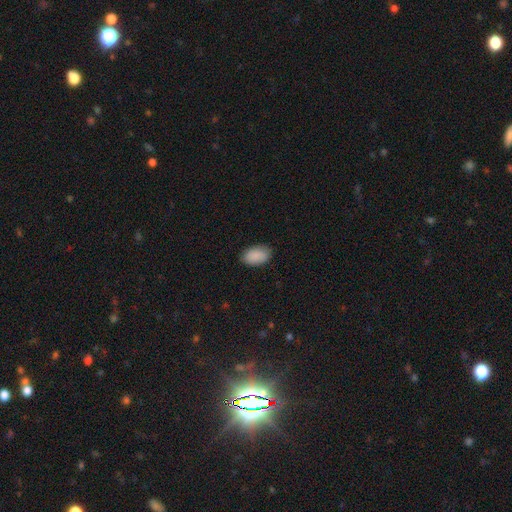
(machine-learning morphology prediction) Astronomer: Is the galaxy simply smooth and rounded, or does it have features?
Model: smooth — 89%.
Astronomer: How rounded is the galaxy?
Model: in between — 93%.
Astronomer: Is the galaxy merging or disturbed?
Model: none — 83%.